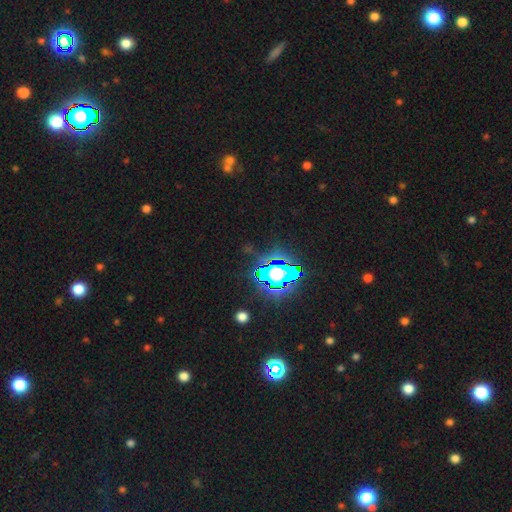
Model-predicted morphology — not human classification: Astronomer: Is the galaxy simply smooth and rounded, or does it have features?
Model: star or artifact — 80%.